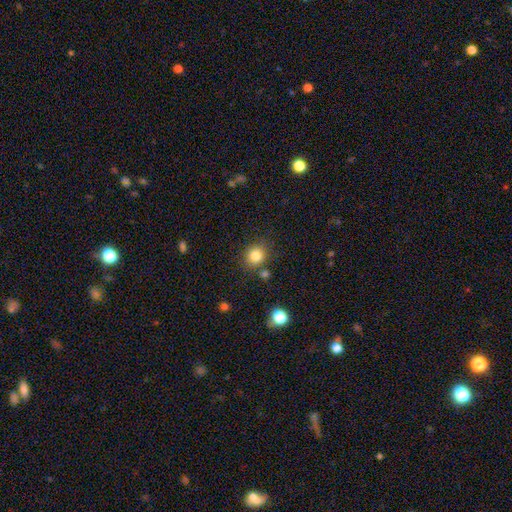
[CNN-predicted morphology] smooth-or-featured: smooth: 83% | star or artifact: 11% | featured or disk: 6%
  how-rounded: round: 79% | in between: 20% | cigar-shaped: 1%
  merging: none: 79% | minor disturbance: 11% | merger: 6% | major disturbance: 3%